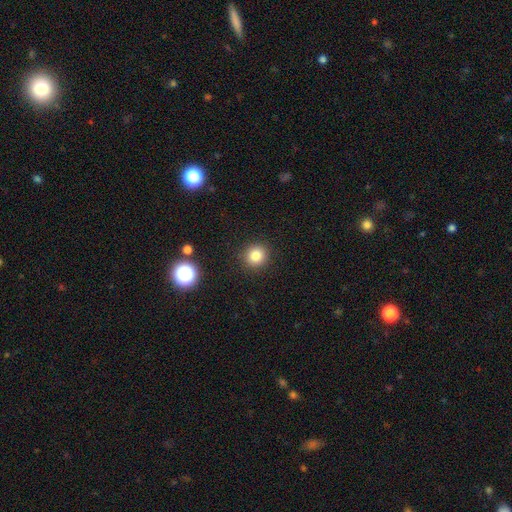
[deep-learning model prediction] This appears to be a smooth galaxy with no disk features (82%) that is round (92%). Merging: none (91%).